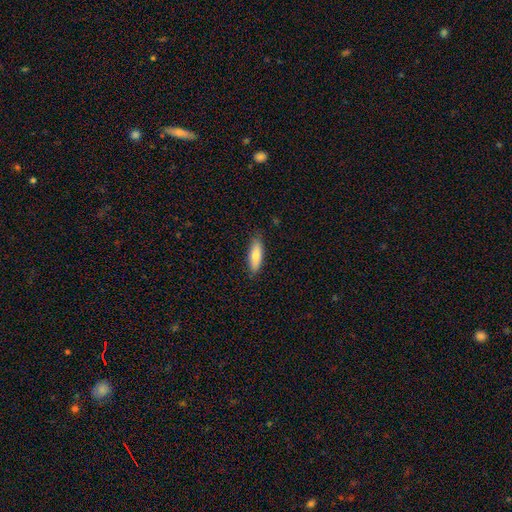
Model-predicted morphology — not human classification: The model was most divided on "how rounded": in between: 53%, cigar-shaped: 45%, round: 2%. More confident: merging — none (84%); smooth or featured — smooth (80%).